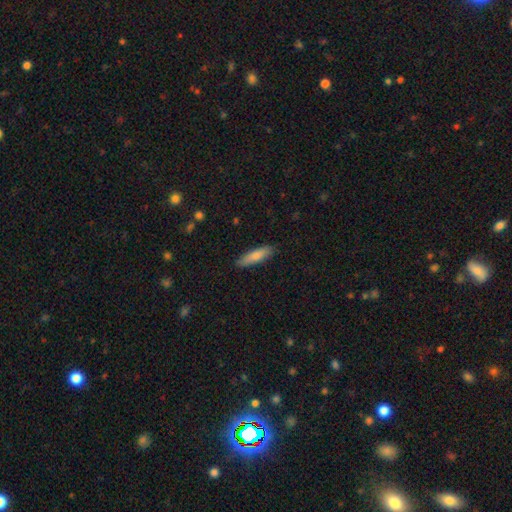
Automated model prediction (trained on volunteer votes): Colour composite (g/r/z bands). It shows a smooth galaxy with no disk features (80%) that is cigar-shaped (66%). Merging: none (87%).